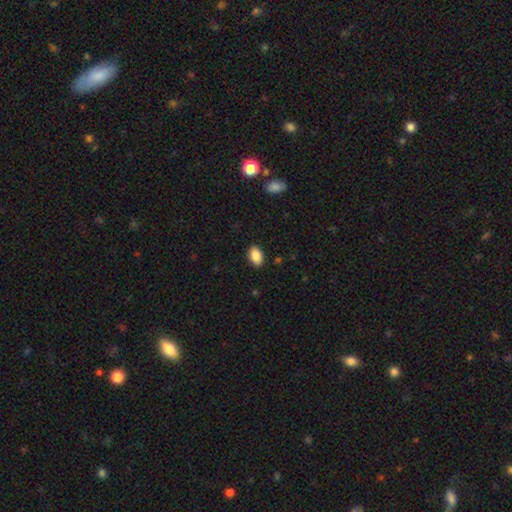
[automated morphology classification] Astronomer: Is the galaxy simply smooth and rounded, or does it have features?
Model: smooth — 88%.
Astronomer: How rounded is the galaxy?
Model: in between — 91%.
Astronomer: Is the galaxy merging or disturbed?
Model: none — 88%.